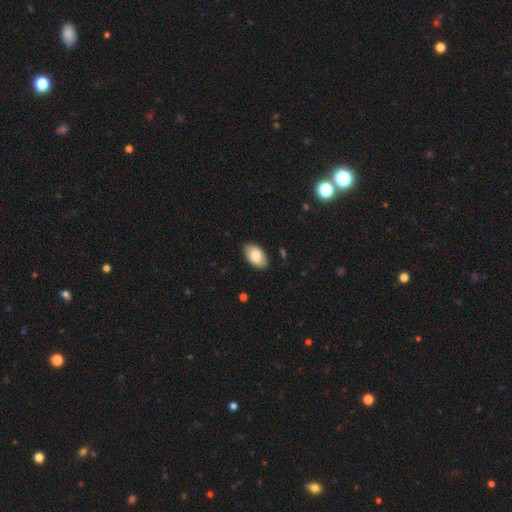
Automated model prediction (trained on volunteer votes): smooth 86%, featured or disk 8%, star or artifact 6%. Down the decision tree: how rounded — in between (95%); merging — none (87%).